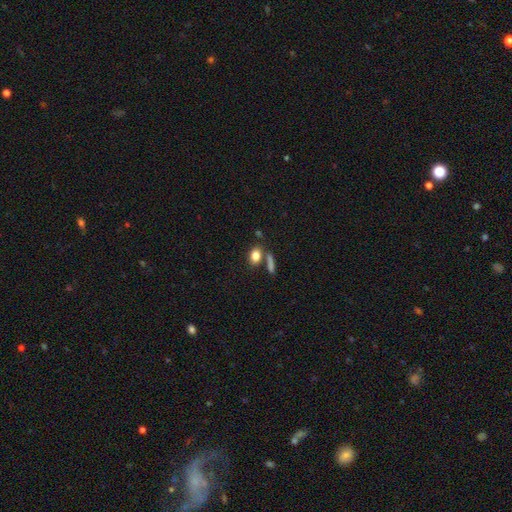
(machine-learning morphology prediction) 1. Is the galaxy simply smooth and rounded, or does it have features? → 82% smooth, 9% star or artifact, 8% featured or disk.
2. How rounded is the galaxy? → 73% in between, 23% round, 4% cigar-shaped.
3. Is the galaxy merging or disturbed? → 63% none, 21% merger, 11% minor disturbance, 4% major disturbance.